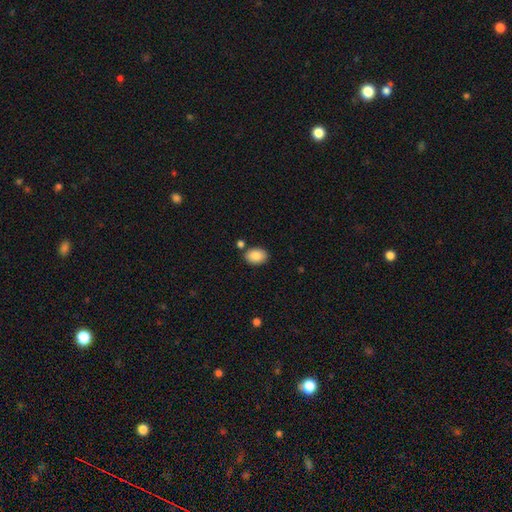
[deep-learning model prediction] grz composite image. It shows a smooth galaxy with no disk features (87%) that is in between round and cigar-shaped (81%). Merging: none (82%).